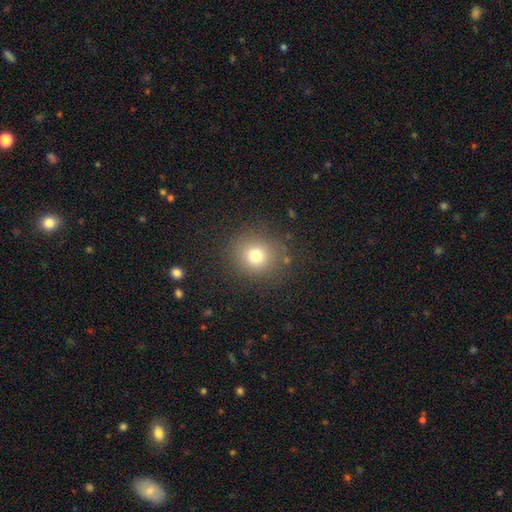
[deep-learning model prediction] smooth_or_featured: smooth (p=0.75) [alt: star or artifact p=0.15]
how_rounded: round (p=0.88) [alt: in between p=0.11]
merging: none (p=0.86) [alt: minor disturbance p=0.08]